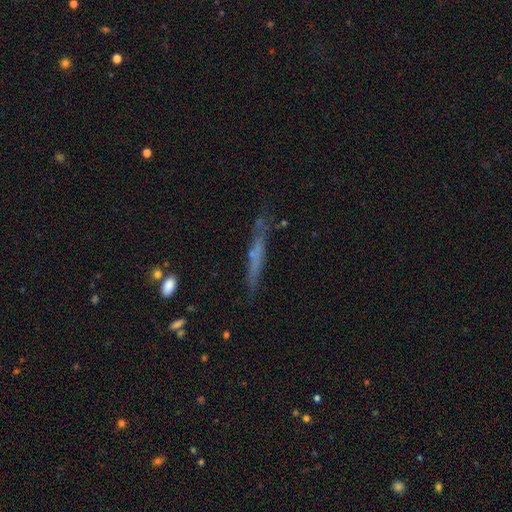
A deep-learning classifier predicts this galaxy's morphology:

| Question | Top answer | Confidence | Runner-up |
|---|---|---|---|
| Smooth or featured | smooth | 49% | featured or disk (42%) |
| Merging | none | 74% | minor disturbance (18%) |